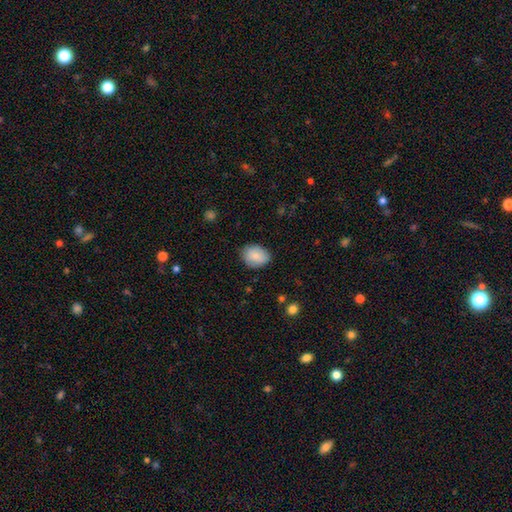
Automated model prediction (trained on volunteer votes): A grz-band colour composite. It shows a smooth galaxy with no disk features (84%) that is in between round and cigar-shaped (61%). Merging: none (79%).